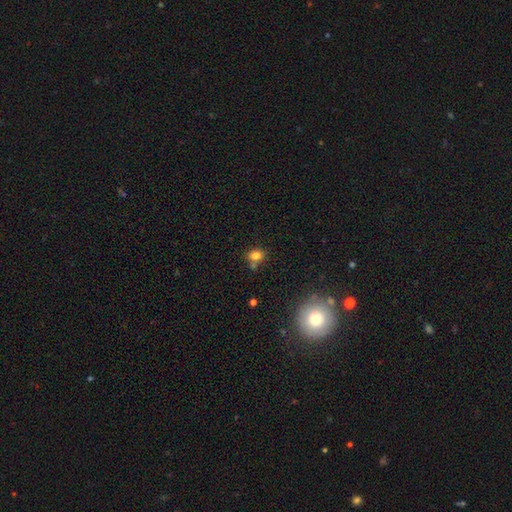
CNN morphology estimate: Q: Smooth or featured?
A: smooth (79%); runner-up: star or artifact (13%)
Q: How rounded?
A: in between (57%); runner-up: round (42%)
Q: Merging?
A: none (60%); runner-up: merger (21%)